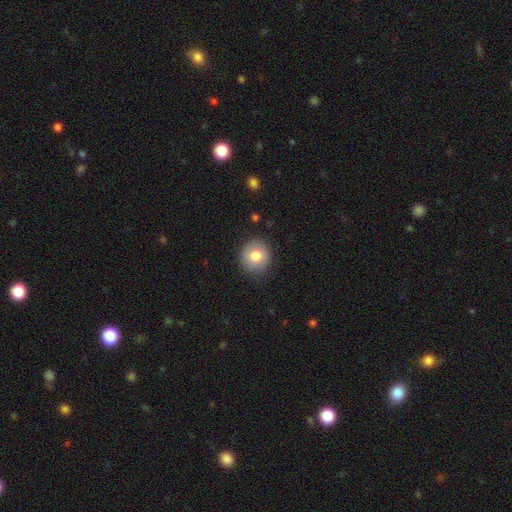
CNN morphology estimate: type=smooth (78%); roundness=round (89%); merging=none (87%).